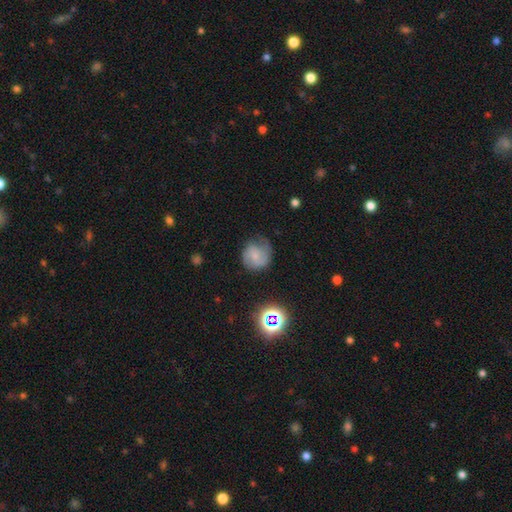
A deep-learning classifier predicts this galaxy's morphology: smooth-or-featured: featured or disk: 45% | smooth: 44% | star or artifact: 12%
  merging: none: 53% | minor disturbance: 30% | major disturbance: 15% | merger: 2%